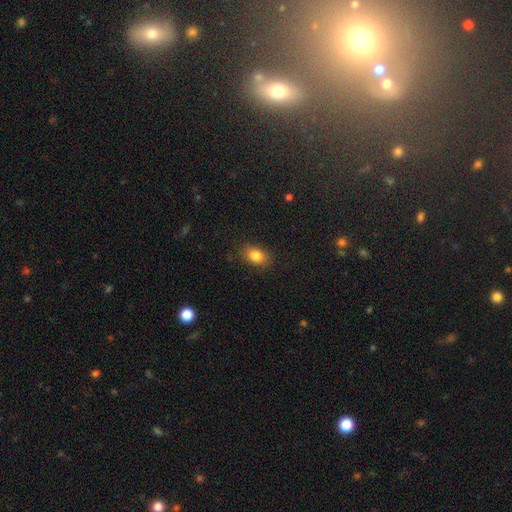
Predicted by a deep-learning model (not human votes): Smooth or featured? smooth (83%)
How rounded? in between (77%)
Merging? none (85%)